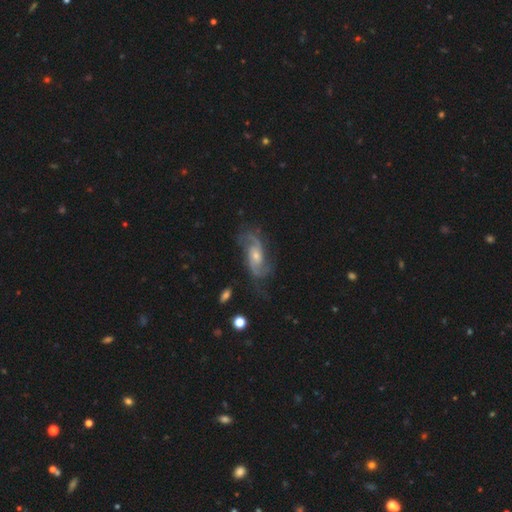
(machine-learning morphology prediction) smooth-or-featured: featured or disk: 83% | smooth: 9% | star or artifact: 7%
  disk-edge-on: no: 94% | yes: 6%
    bar: no: 54% | weak: 37% | strong: 9%
    has-spiral-arms: yes: 95% | no: 5%
      spiral-winding: medium: 44% | loose: 35% | tight: 21%
      spiral-arm-count: 2: 70% | can't tell: 12% | 3: 10% | 1: 3% | 4: 3% | more than 4: 3%
    bulge-size: small: 48% | moderate: 45% | large: 3% | none: 3% | dominant: 1%
  merging: none: 69% | minor disturbance: 18% | major disturbance: 10% | merger: 2%